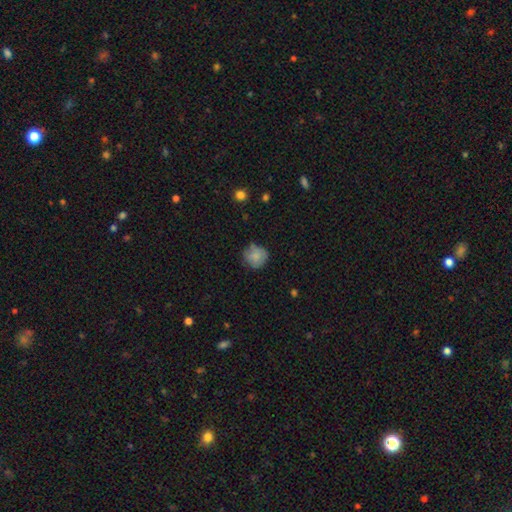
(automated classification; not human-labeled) smooth-or-featured: smooth: 78% | featured or disk: 14% | star or artifact: 8%
  how-rounded: round: 89% | in between: 10% | cigar-shaped: 1%
  merging: none: 70% | minor disturbance: 23% | major disturbance: 5% | merger: 2%